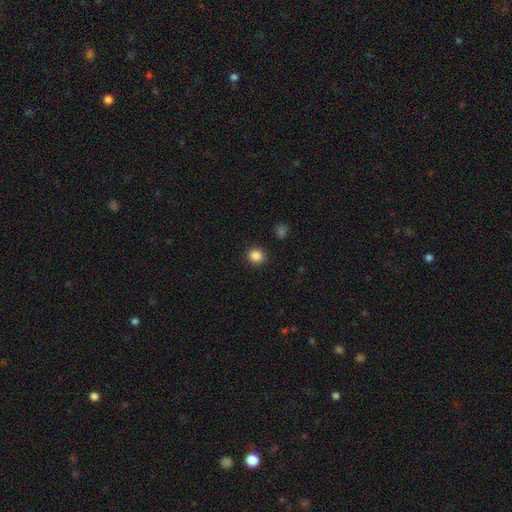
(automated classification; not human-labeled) smooth 86%, star or artifact 11%, featured or disk 4%. Down the decision tree: how rounded — round (84%); merging — none (91%).